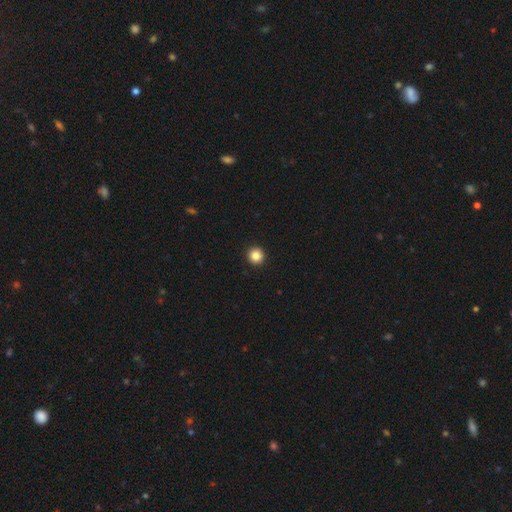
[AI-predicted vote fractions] Smooth or featured: smooth — 85% (star or artifact — 11%)
How rounded: round — 96% (in between — 3%)
Merging: none — 94% (minor disturbance — 4%)